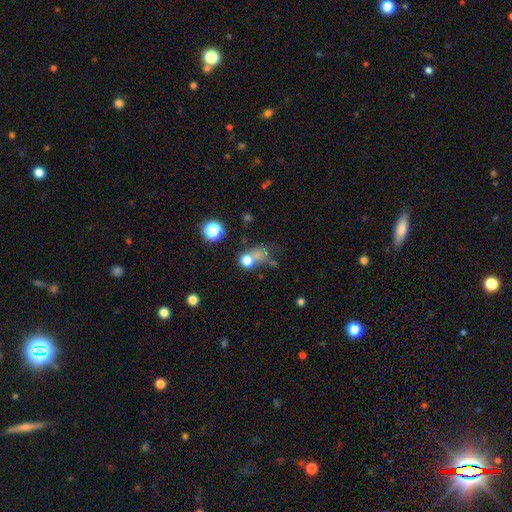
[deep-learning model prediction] The model was most divided on "merging": none: 38%, merger: 27%, major disturbance: 20%, minor disturbance: 15%. More confident: how rounded — round (63%); smooth or featured — smooth (57%).